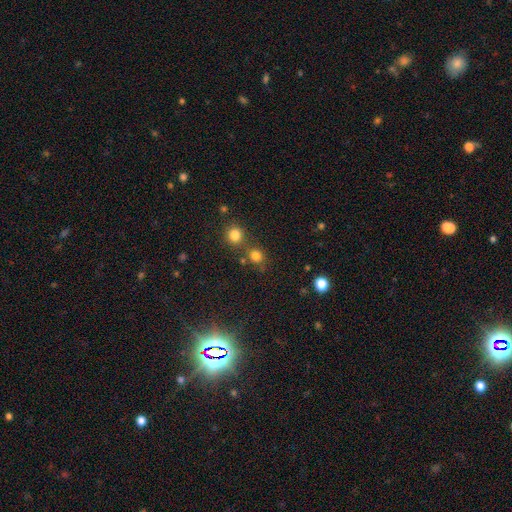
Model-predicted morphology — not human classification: This is likely a smooth galaxy (78%). How rounded: clearly round (84%). Merging: likely none (67%).